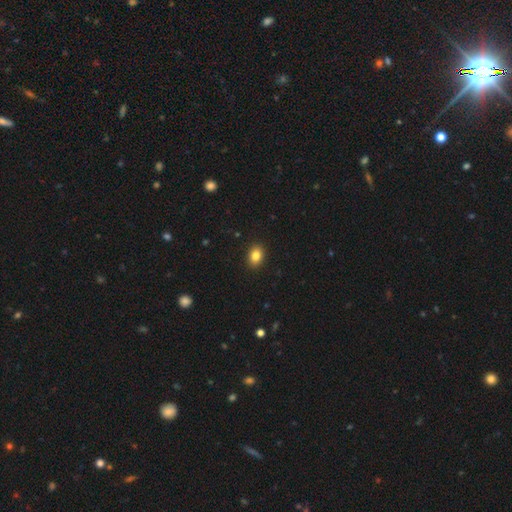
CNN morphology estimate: type=smooth (84%); roundness=in between (67%); merging=none (91%).